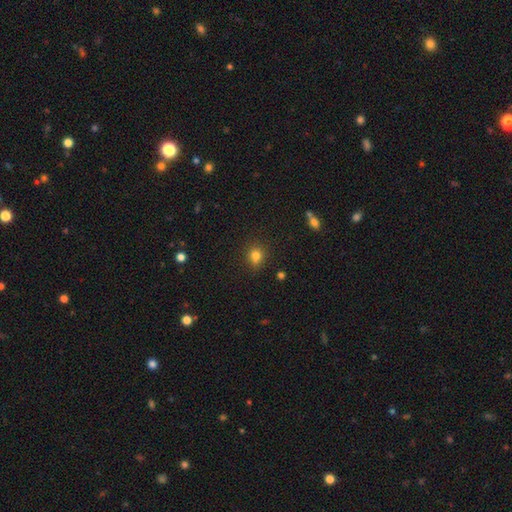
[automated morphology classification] Overall: smooth (78%). How rounded: round (75%). Merging: none (77%).